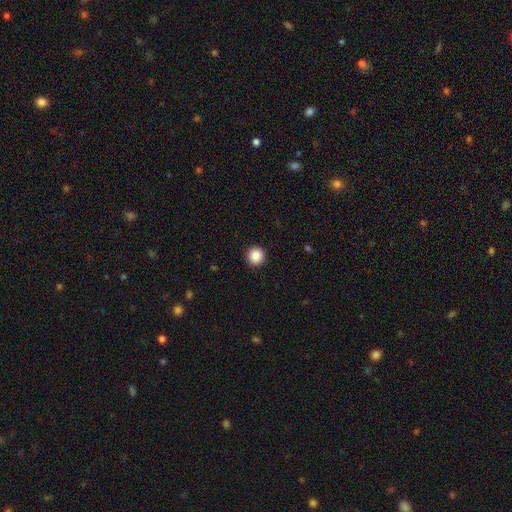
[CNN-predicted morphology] Smooth or featured? smooth (88%)
How rounded? round (95%)
Merging? none (92%)